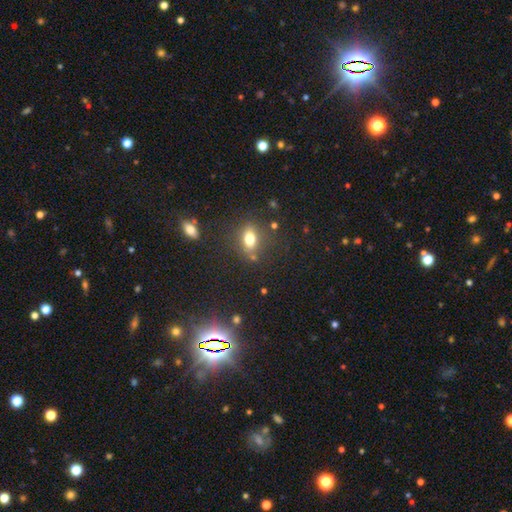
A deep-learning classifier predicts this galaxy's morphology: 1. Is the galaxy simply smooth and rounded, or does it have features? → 51% star or artifact, 38% smooth, 11% featured or disk.